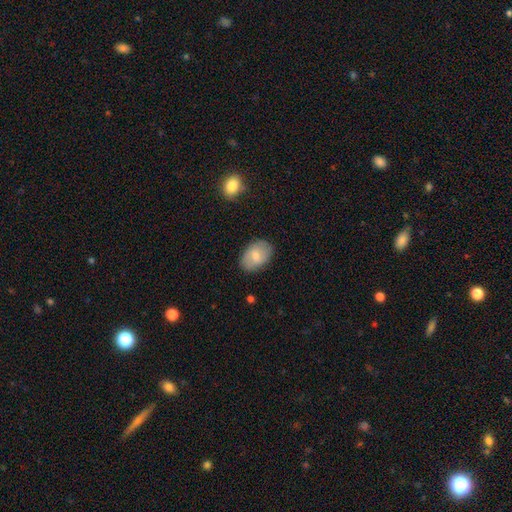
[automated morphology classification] This appears to be a smooth galaxy with no disk features (72%) that is in between round and cigar-shaped (86%). Merging: none (84%).